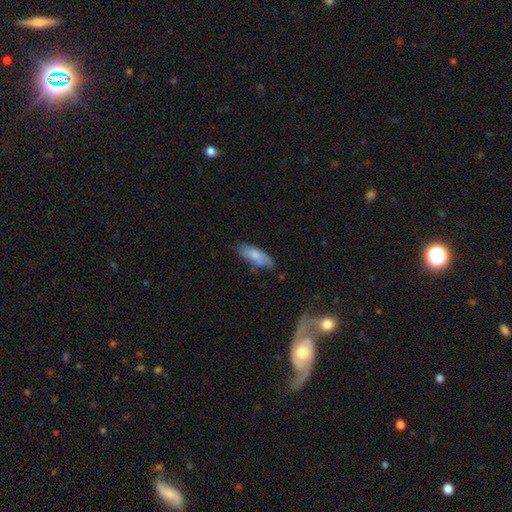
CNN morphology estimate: Smooth or featured?
  - smooth: 76% *
  - featured or disk: 18%
  - star or artifact: 6%
How rounded?
  - in between: 66% *
  - cigar-shaped: 32%
  - round: 2%
Merging?
  - none: 66% *
  - minor disturbance: 24%
  - merger: 5%
  - major disturbance: 5%